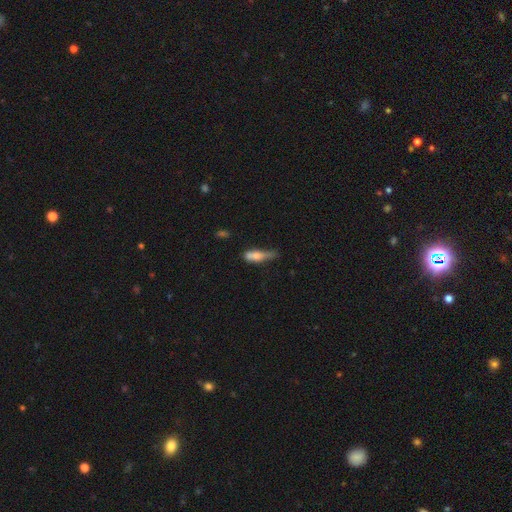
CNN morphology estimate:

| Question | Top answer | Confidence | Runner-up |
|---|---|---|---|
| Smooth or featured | smooth | 65% | featured or disk (28%) |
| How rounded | cigar-shaped | 59% | in between (38%) |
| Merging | minor disturbance | 40% | none (35%) |